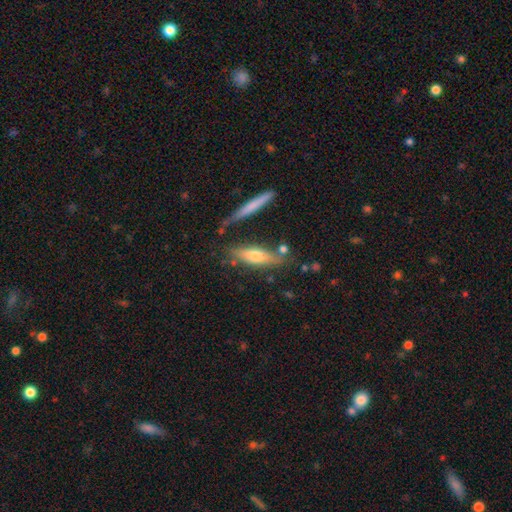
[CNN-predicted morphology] Smooth or featured: smooth — 56% (featured or disk — 37%)
How rounded: cigar-shaped — 65% (in between — 32%)
Merging: none — 68% (minor disturbance — 16%)